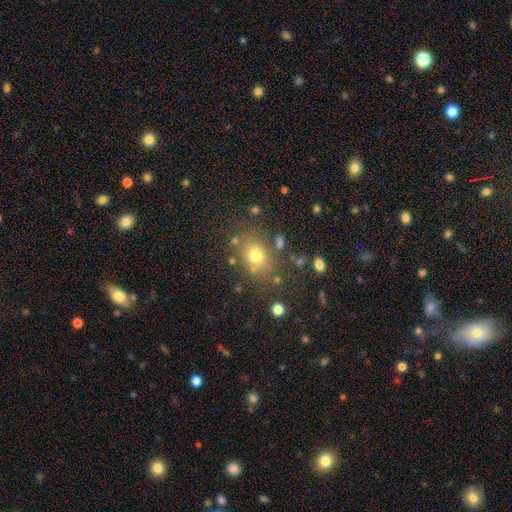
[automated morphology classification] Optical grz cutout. It shows a smooth galaxy with no disk features (71%) that is round (50%). Merging: none (70%).